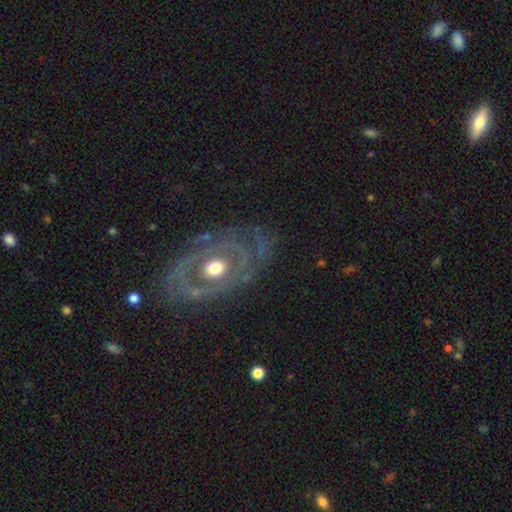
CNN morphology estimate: A featured or disk galaxy (83%) with no bar (78%), 2 (40%) tight (63%) spiral arms (72%) and a moderate central bulge (75%).

Vote fractions:
- Smooth or featured? featured or disk: 83% / smooth: 11% / star or artifact: 7%
- Edge-on disk? no: 94% / yes: 6%
- Bar? no: 78% / weak: 16% / strong: 6%
- Spiral arms? yes: 72% / no: 28%
- Spiral winding? tight: 63% / medium: 27% / loose: 10%
- Spiral arm count? 2: 40% / can't tell: 33% / 3: 10% / 1: 7% / 4: 5% / more than 4: 5%
- Bulge size? moderate: 75% / small: 14% / large: 9% / dominant: 1% / none: 1%
- Merging? none: 78% / minor disturbance: 15% / major disturbance: 6% / merger: 2%